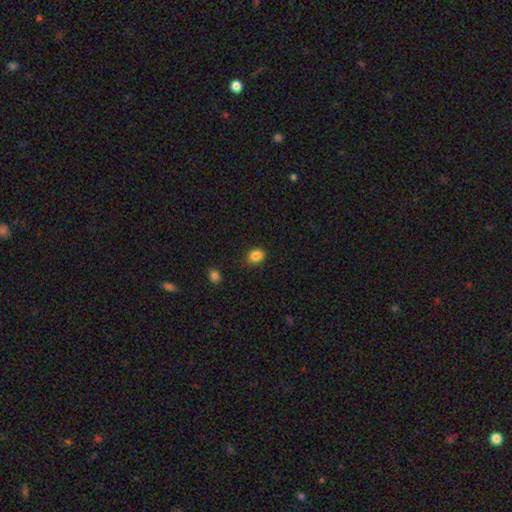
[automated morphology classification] This is clearly a smooth galaxy (83%). How rounded: likely in between (61%). Merging: likely none (67%).